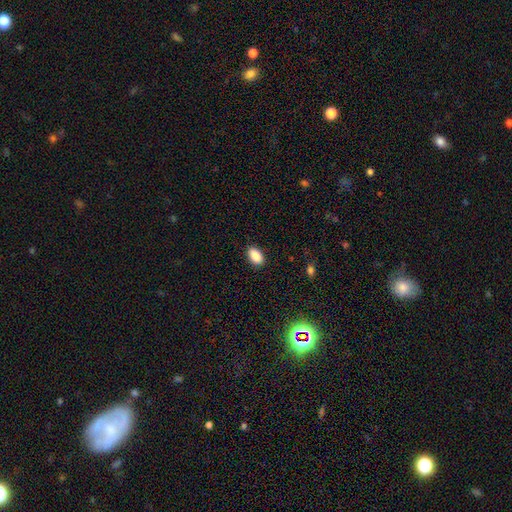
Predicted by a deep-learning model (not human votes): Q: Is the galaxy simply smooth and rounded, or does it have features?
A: smooth — 87%.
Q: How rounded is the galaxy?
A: in between — 91%.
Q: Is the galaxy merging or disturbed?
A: none — 89%.